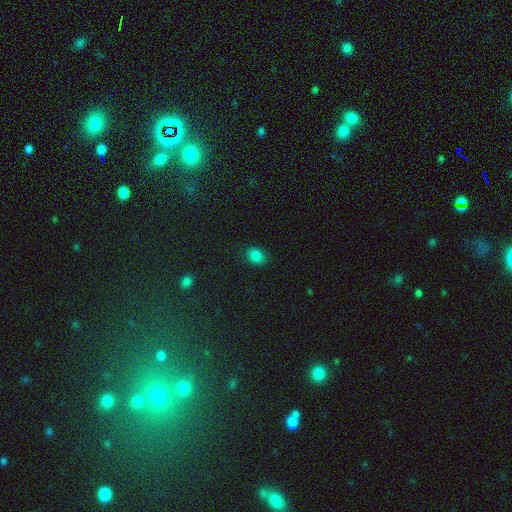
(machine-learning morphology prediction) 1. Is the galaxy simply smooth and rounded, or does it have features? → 82% smooth, 14% star or artifact, 4% featured or disk.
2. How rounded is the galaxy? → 54% in between, 45% round, 1% cigar-shaped.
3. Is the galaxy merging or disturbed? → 85% none, 12% minor disturbance, 3% major disturbance, 1% merger.